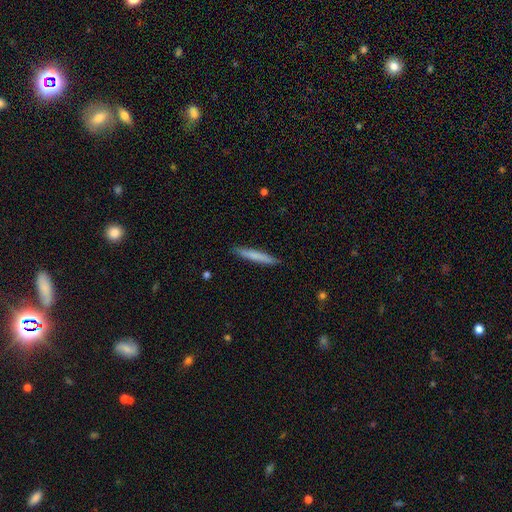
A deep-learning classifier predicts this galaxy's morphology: This appears to be a smooth galaxy with no disk features (74%) that is cigar-shaped (95%). Merging: none (90%).